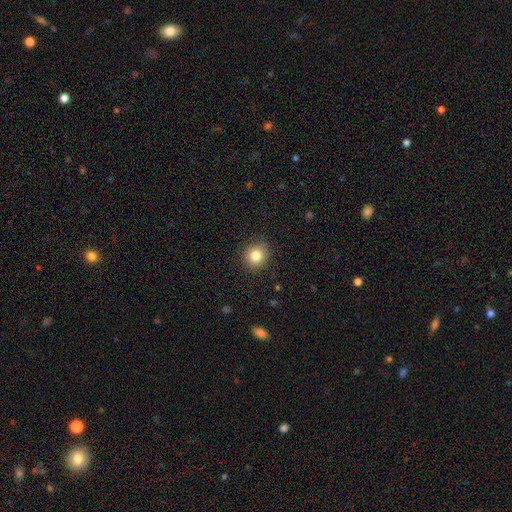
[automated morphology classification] Smooth or featured?
  - smooth: 81% *
  - star or artifact: 11%
  - featured or disk: 7%
How rounded?
  - round: 87% *
  - in between: 12%
  - cigar-shaped: 1%
Merging?
  - none: 90% *
  - minor disturbance: 7%
  - major disturbance: 2%
  - merger: 1%